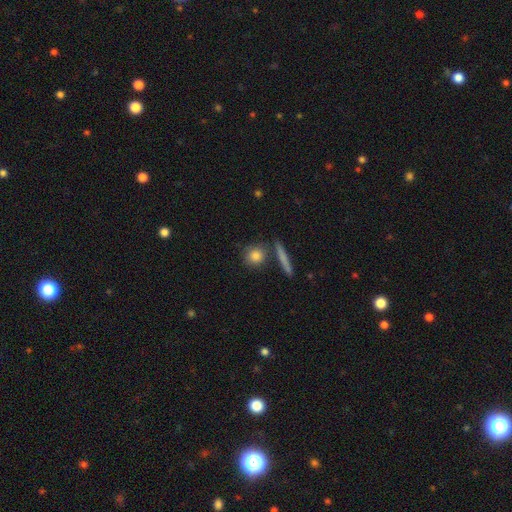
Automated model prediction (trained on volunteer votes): Smooth or featured?
  - smooth: 82% *
  - featured or disk: 10%
  - star or artifact: 8%
How rounded?
  - round: 80% *
  - in between: 13%
  - cigar-shaped: 7%
Merging?
  - none: 76% *
  - merger: 11%
  - minor disturbance: 10%
  - major disturbance: 3%